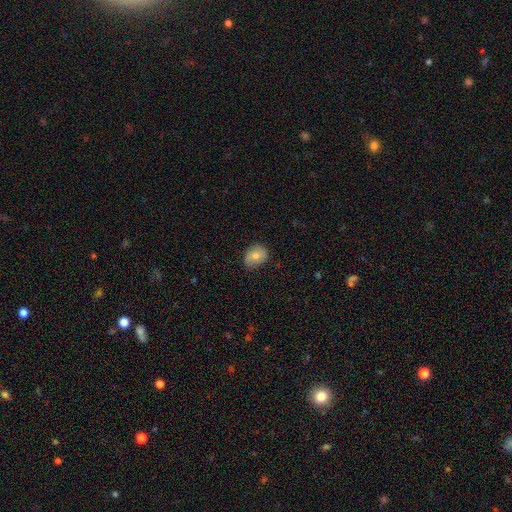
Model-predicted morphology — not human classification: Smooth or featured? smooth (73%)
How rounded? in between (56%)
Merging? none (69%)